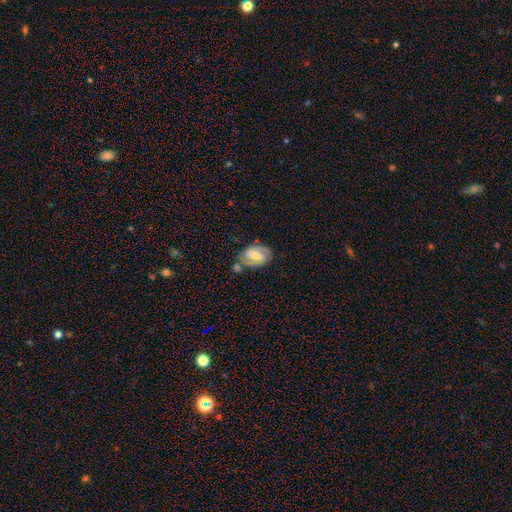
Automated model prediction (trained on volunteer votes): Smooth or featured?
  - featured or disk: 63% *
  - smooth: 25%
  - star or artifact: 12%
Edge-on disk?
  - no: 96% *
  - yes: 4%
Bar?
  - weak: 48% *
  - strong: 27%
  - no: 24%
Spiral arms?
  - yes: 87% *
  - no: 13%
Spiral winding?
  - tight: 53% *
  - medium: 36%
  - loose: 11%
Spiral arm count?
  - 2: 67% *
  - can't tell: 16%
  - 3: 9%
  - 1: 4%
  - 4: 2%
  - more than 4: 2%
Bulge size?
  - moderate: 47% *
  - small: 44%
  - none: 4%
  - large: 4%
  - dominant: 1%
Merging?
  - none: 65% *
  - minor disturbance: 18%
  - merger: 10%
  - major disturbance: 7%